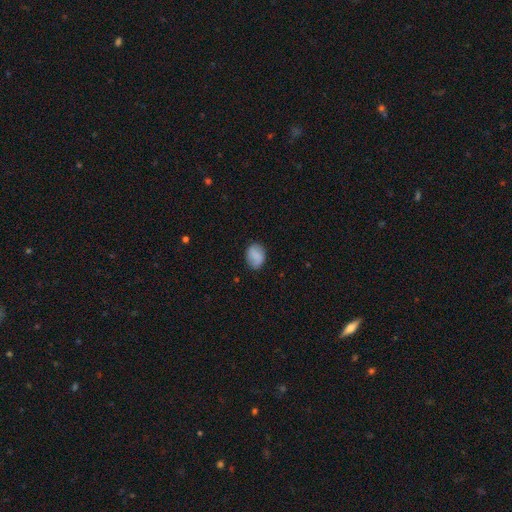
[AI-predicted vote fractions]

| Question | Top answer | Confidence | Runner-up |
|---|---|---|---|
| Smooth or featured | smooth | 84% | featured or disk (8%) |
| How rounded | in between | 65% | round (34%) |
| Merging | none | 80% | minor disturbance (16%) |